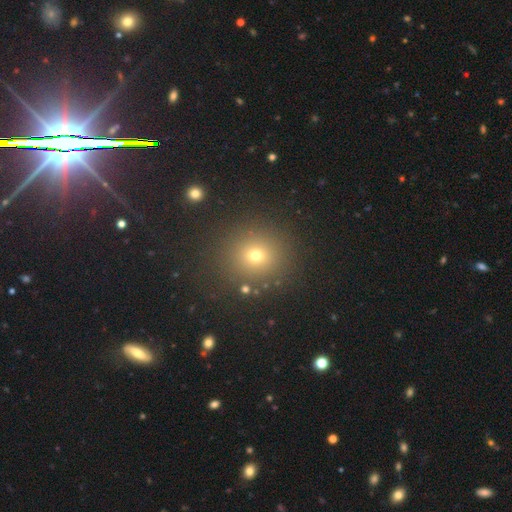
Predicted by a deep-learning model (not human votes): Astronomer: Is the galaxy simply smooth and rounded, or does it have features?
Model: smooth — 68%.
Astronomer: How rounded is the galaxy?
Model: round — 88%.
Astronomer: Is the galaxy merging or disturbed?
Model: none — 87%.